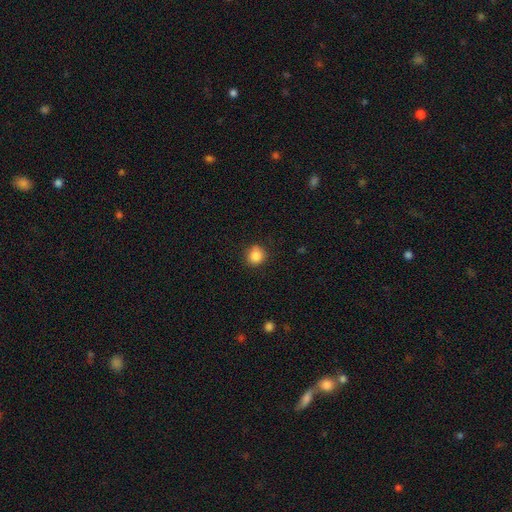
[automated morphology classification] type=smooth (86%); roundness=round (86%); merging=none (85%).